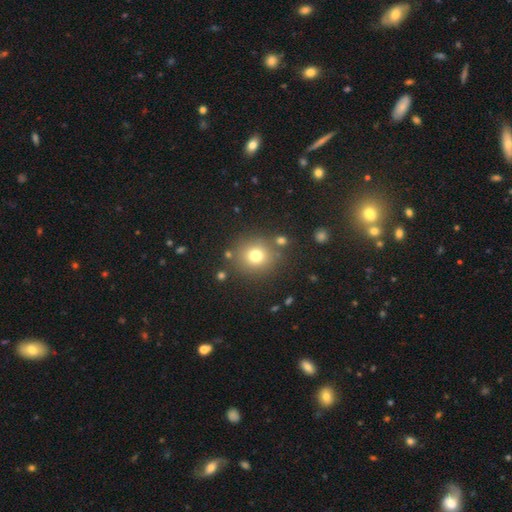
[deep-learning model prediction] Smooth or featured: smooth — 74% (star or artifact — 15%)
How rounded: round — 90% (in between — 9%)
Merging: none — 82% (minor disturbance — 8%)